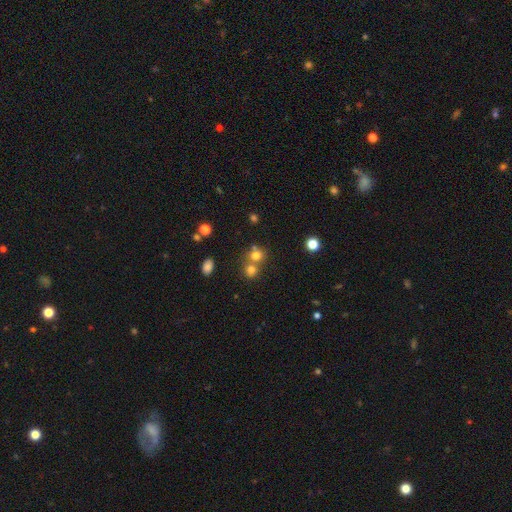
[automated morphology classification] type=smooth (73%); roundness=round (79%); merging=merger (47%).